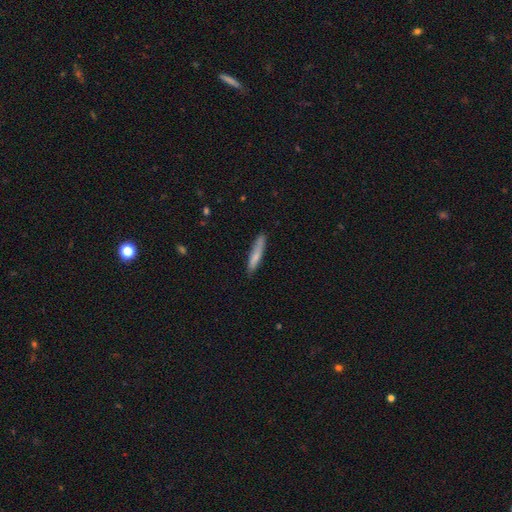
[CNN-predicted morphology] A smooth galaxy with no disk features (76%) that is cigar-shaped (91%).

Vote fractions:
- Smooth or featured? smooth: 76% / featured or disk: 18% / star or artifact: 6%
- How rounded? cigar-shaped: 91% / in between: 8% / round: 1%
- Merging? none: 82% / minor disturbance: 14% / major disturbance: 2% / merger: 2%